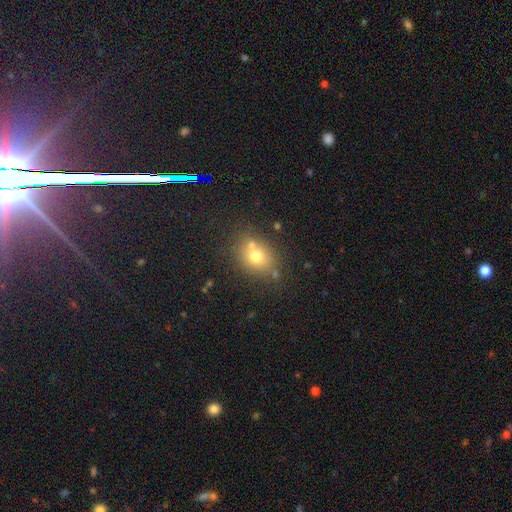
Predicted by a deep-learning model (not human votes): Q: Smooth or featured?
A: smooth (71%); runner-up: featured or disk (15%)
Q: How rounded?
A: round (51%); runner-up: in between (48%)
Q: Merging?
A: none (64%); runner-up: merger (18%)